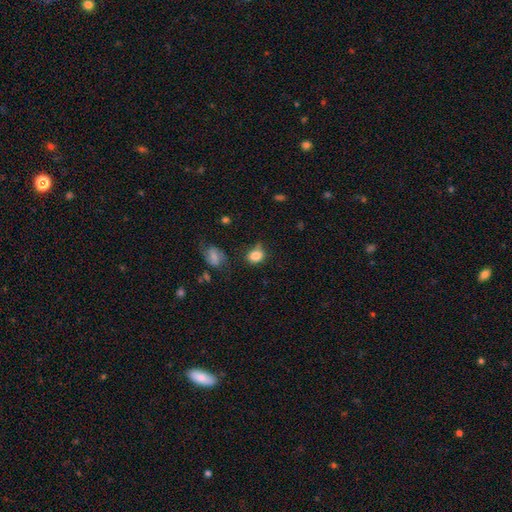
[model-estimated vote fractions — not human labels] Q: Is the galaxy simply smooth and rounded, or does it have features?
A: smooth — 83%.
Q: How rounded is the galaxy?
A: in between — 56%.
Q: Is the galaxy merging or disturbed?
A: none — 58%.